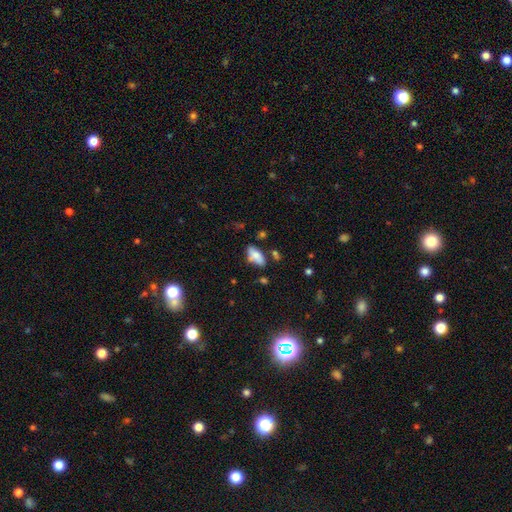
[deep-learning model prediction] smooth_or_featured: smooth (p=0.71) [alt: featured or disk p=0.20]
how_rounded: in between (p=0.84) [alt: cigar-shaped p=0.13]
merging: none (p=0.58) [alt: minor disturbance p=0.24]